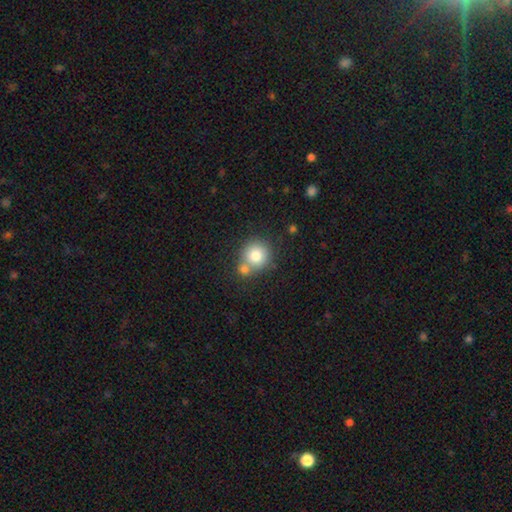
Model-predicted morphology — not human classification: A smooth galaxy with no disk features (78%) that is round (90%). Merging: none (56%).